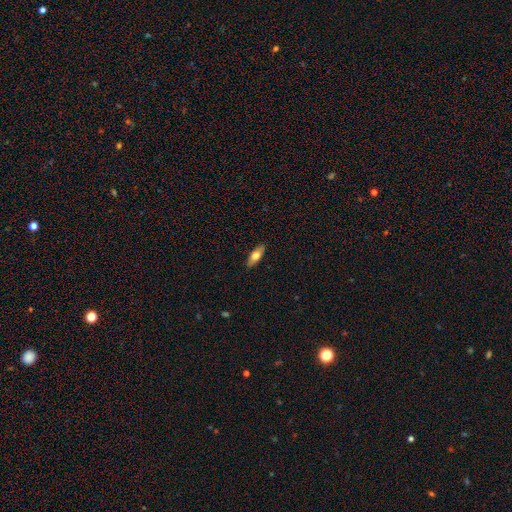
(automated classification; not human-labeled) A smooth galaxy with no disk features (67%) that is in between round and cigar-shaped (70%).

Vote fractions:
- Smooth or featured? smooth: 67% / featured or disk: 26% / star or artifact: 6%
- How rounded? in between: 70% / cigar-shaped: 27% / round: 3%
- Merging? none: 89% / minor disturbance: 9% / major disturbance: 2% / merger: 1%